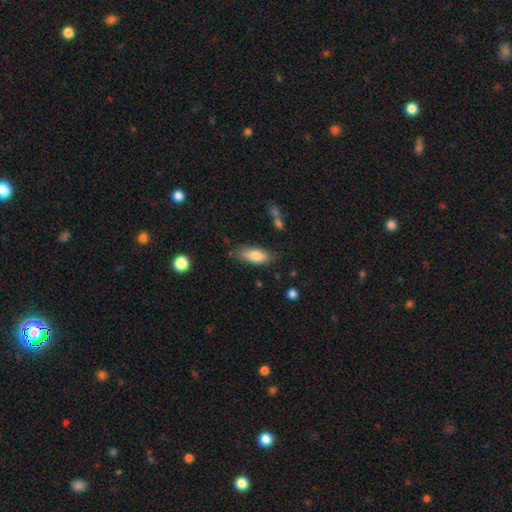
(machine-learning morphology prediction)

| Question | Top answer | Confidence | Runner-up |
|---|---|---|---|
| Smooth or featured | smooth | 81% | featured or disk (12%) |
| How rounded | in between | 75% | cigar-shaped (22%) |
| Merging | none | 74% | minor disturbance (19%) |